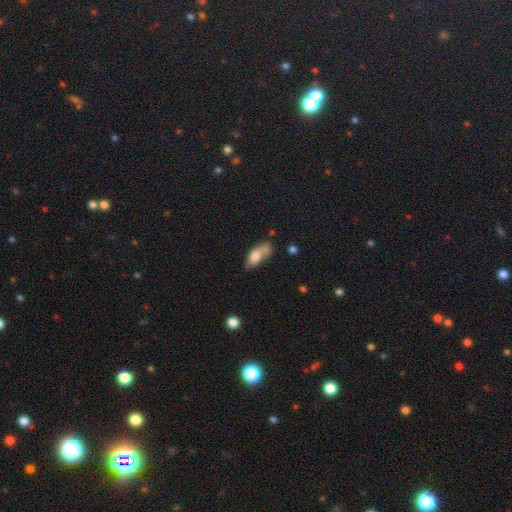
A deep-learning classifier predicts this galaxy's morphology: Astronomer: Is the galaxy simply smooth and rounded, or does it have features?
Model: smooth — 68%.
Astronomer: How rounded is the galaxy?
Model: in between — 82%.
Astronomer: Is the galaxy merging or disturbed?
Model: none — 37% (runner-up: minor disturbance, 32%).